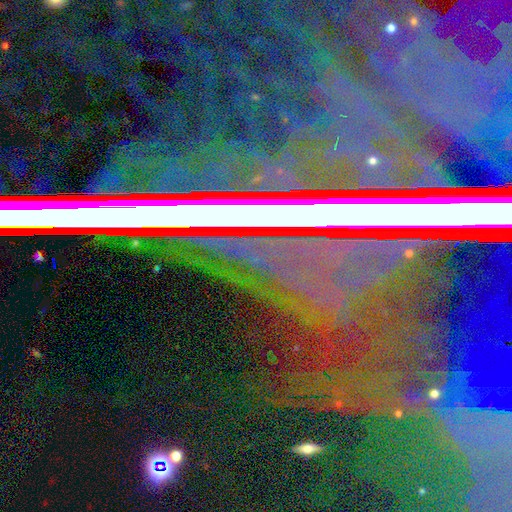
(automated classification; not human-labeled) Smooth or featured: star or artifact — 63% (featured or disk — 27%)